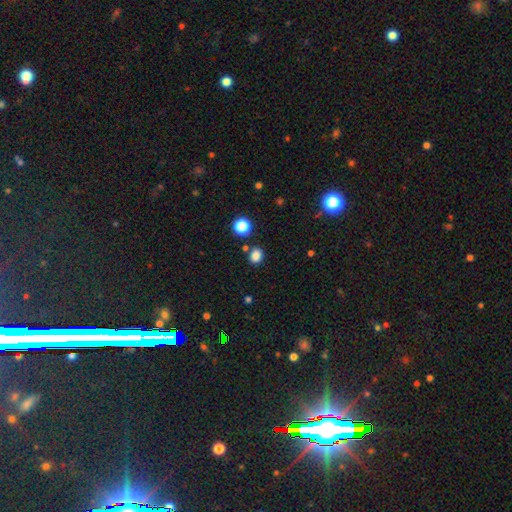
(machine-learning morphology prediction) Smooth or featured?
  - smooth: 83% *
  - star or artifact: 13%
  - featured or disk: 4%
How rounded?
  - round: 53% *
  - in between: 46%
  - cigar-shaped: 1%
Merging?
  - none: 79% *
  - minor disturbance: 10%
  - merger: 7%
  - major disturbance: 3%